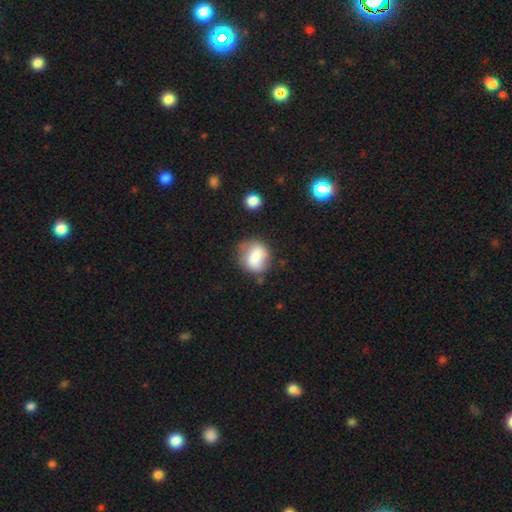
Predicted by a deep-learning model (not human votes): Overall: smooth (73%). How rounded: round (63%; in between 36%). Merging: none (53%; minor disturbance 29%).